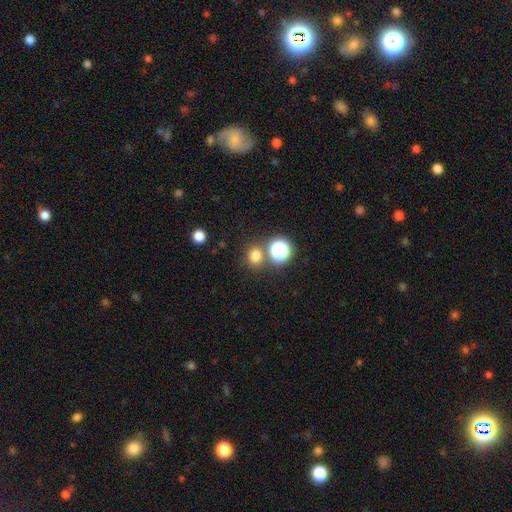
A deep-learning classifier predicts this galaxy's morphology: smooth-or-featured: smooth: 74% | star or artifact: 20% | featured or disk: 6%
  how-rounded: round: 77% | in between: 22% | cigar-shaped: 1%
  merging: none: 74% | merger: 14% | minor disturbance: 9% | major disturbance: 3%